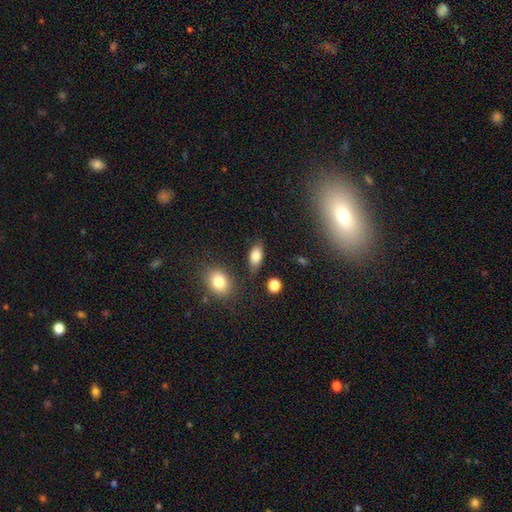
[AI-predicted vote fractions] smooth-or-featured: smooth: 81% | featured or disk: 10% | star or artifact: 9%
  how-rounded: in between: 89% | cigar-shaped: 6% | round: 5%
  merging: none: 78% | minor disturbance: 14% | merger: 4% | major disturbance: 4%